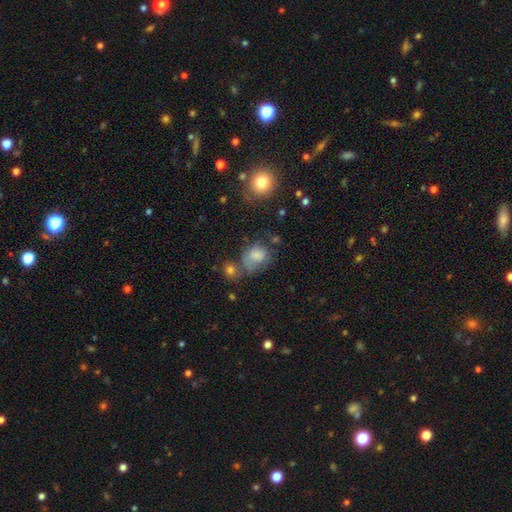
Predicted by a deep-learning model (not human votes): Smooth or featured? smooth (71%)
How rounded? in between (61%)
Merging? none (33%)